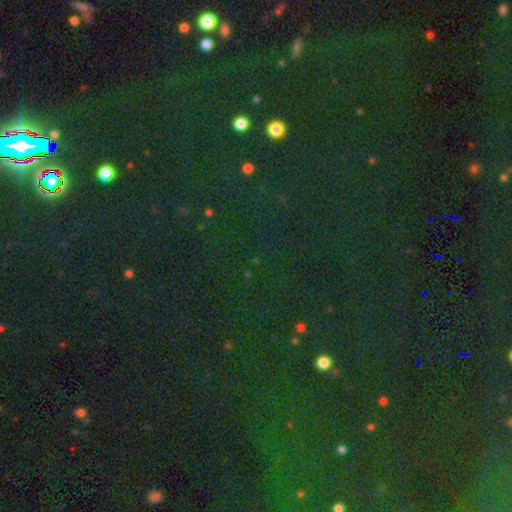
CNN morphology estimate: Smooth or featured? Predicted: star or artifact (p=0.83).